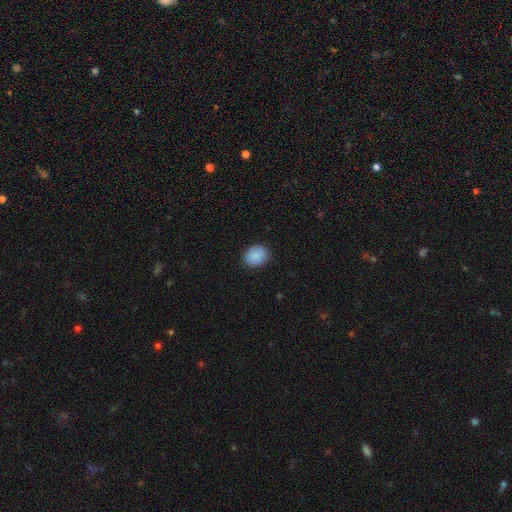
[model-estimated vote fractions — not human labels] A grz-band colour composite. It shows a smooth galaxy with no disk features (88%) that is round (58%). Merging: none (88%).